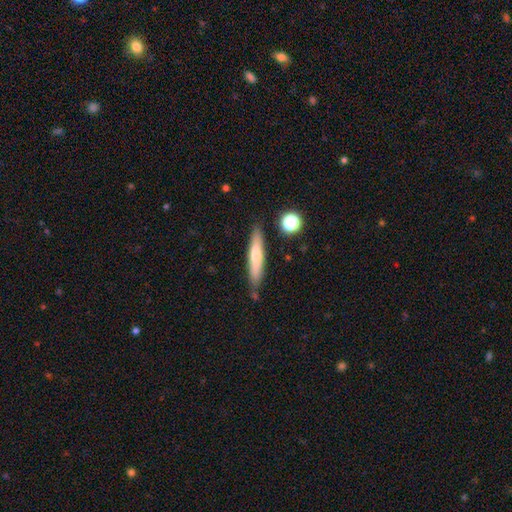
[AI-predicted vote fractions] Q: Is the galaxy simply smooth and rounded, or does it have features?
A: smooth — 58%.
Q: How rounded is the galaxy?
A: cigar-shaped — 90%.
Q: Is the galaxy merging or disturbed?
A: none — 82%.